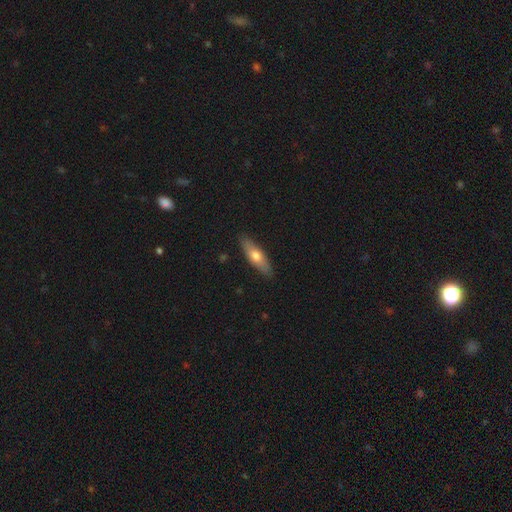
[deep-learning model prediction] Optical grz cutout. It shows a smooth galaxy with no disk features (63%) that is cigar-shaped (52%). Merging: none (87%).